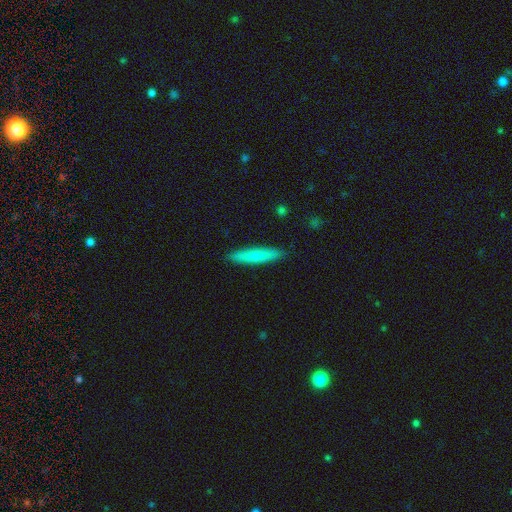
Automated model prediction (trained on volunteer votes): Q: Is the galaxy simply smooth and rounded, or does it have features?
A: smooth — 75%.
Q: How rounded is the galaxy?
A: cigar-shaped — 91%.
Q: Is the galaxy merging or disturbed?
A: none — 90%.